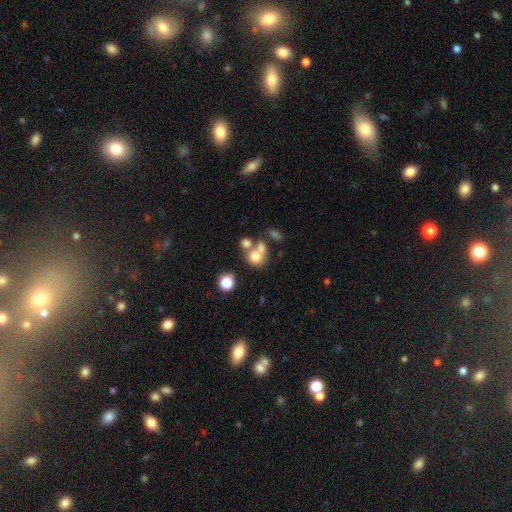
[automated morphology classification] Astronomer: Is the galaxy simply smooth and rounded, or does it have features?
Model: smooth — 69%.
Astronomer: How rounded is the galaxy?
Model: round — 74%.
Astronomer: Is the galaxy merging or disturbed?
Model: merger — 47% (runner-up: none, 37%).